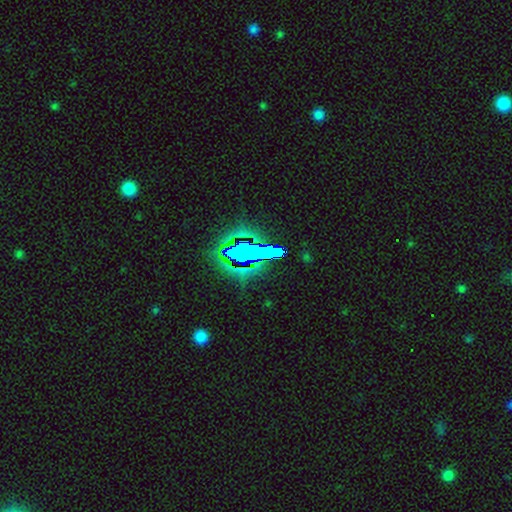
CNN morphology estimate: Overall: star or artifact (61%; smooth 23%).